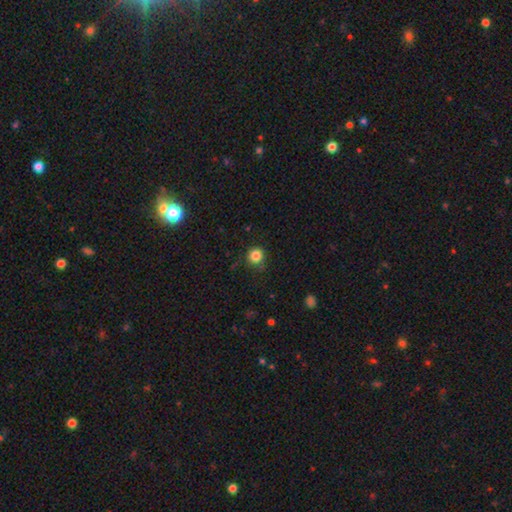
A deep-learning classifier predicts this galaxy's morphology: This appears to be a smooth galaxy with no disk features (84%) that is round (93%). Merging: none (81%).